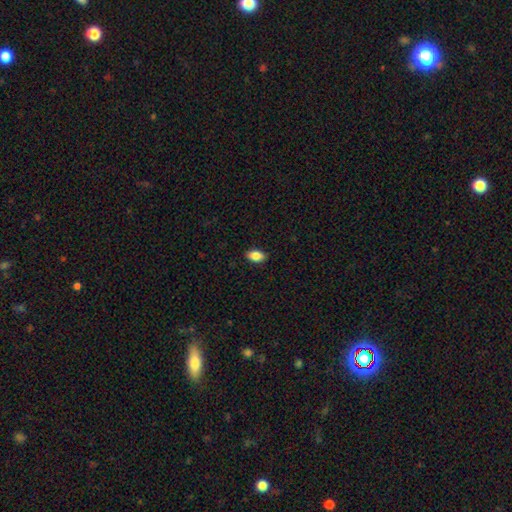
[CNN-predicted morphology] smooth_or_featured: smooth (p=0.86) [alt: star or artifact p=0.08]
how_rounded: in between (p=0.90) [alt: round p=0.07]
merging: none (p=0.88) [alt: minor disturbance p=0.09]